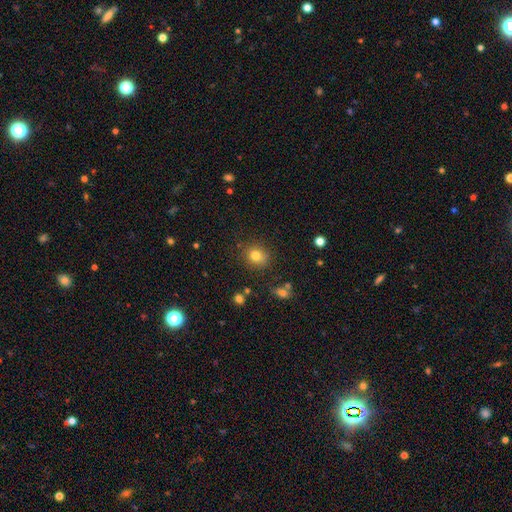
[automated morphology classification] A smooth galaxy with no disk features (79%) that is round (79%).

Vote fractions:
- Smooth or featured? smooth: 79% / star or artifact: 13% / featured or disk: 8%
- How rounded? round: 79% / in between: 20% / cigar-shaped: 1%
- Merging? none: 83% / minor disturbance: 10% / major disturbance: 3% / merger: 3%